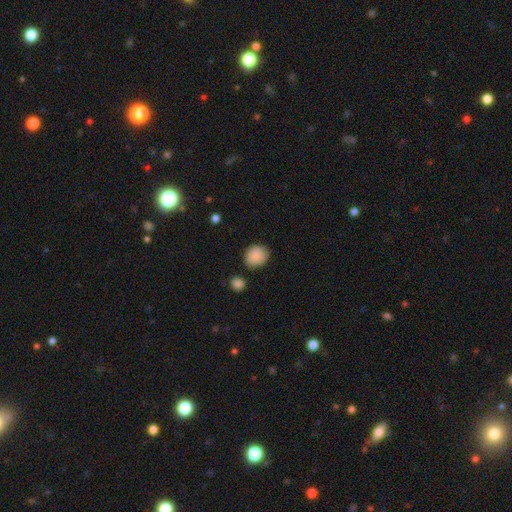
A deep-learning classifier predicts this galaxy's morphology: Overall: smooth (87%). How rounded: round (66%; in between 33%). Merging: none (75%).